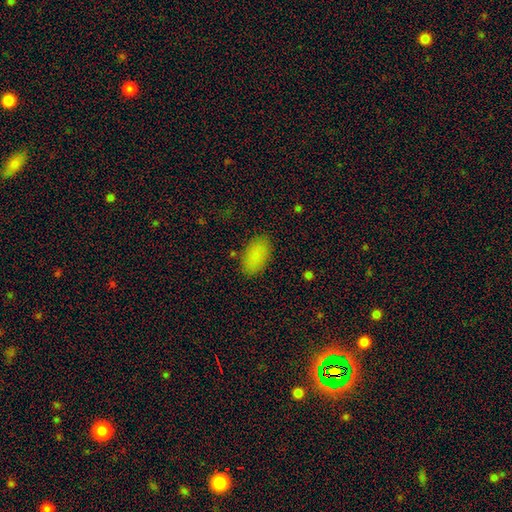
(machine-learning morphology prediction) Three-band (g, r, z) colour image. It shows a smooth galaxy with no disk features (87%) that is in between round and cigar-shaped (94%). Merging: none (87%).